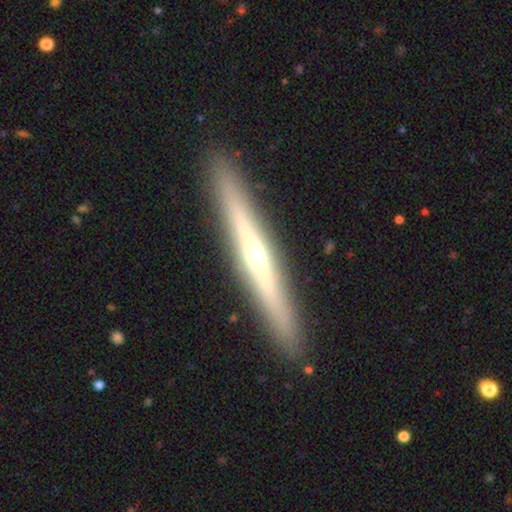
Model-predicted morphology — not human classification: Q: Smooth or featured?
A: featured or disk (71%); runner-up: smooth (23%)
Q: Edge-on disk?
A: yes (96%); runner-up: no (4%)
Q: Edge-on bulge?
A: rounded (77%); runner-up: none (19%)
Q: Merging?
A: none (92%); runner-up: minor disturbance (6%)